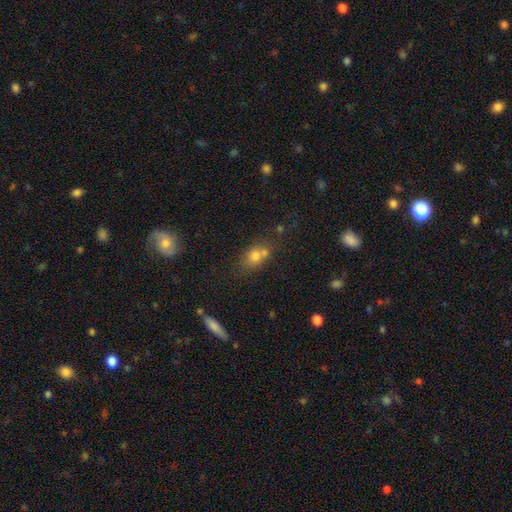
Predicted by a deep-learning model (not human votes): A smooth galaxy with no disk features (69%) that is round (50%). Merging: none (45%).